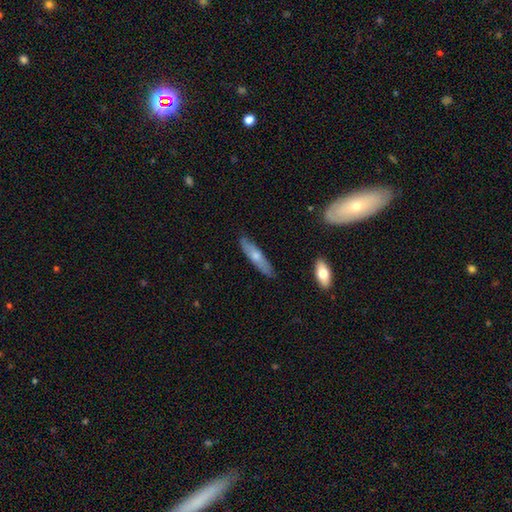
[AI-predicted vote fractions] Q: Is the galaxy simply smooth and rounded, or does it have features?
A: smooth — 56%.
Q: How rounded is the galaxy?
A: cigar-shaped — 80%.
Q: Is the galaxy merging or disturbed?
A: none — 83%.